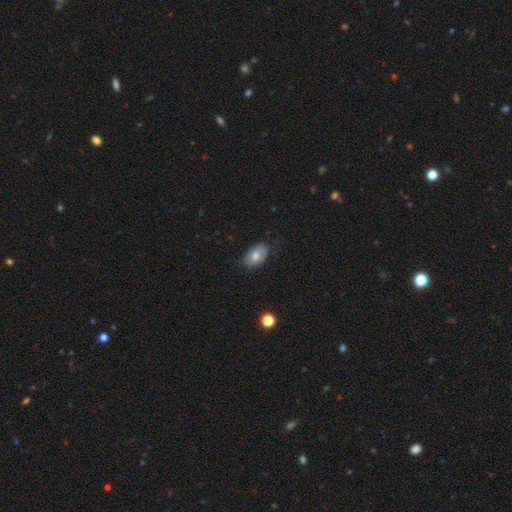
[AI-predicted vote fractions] Smooth or featured?
  - smooth: 69% *
  - featured or disk: 23%
  - star or artifact: 9%
How rounded?
  - in between: 89% *
  - round: 9%
  - cigar-shaped: 2%
Merging?
  - none: 73% *
  - minor disturbance: 22%
  - major disturbance: 4%
  - merger: 1%